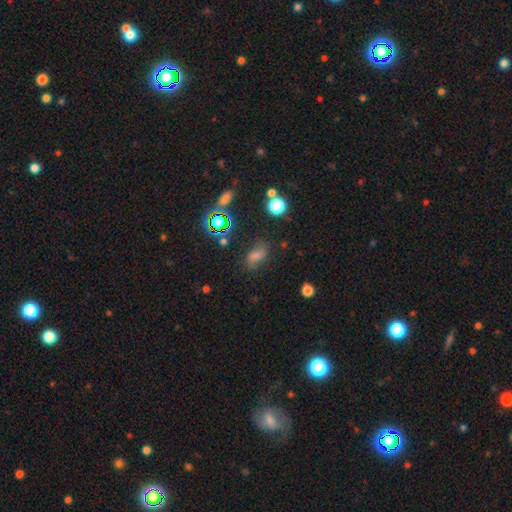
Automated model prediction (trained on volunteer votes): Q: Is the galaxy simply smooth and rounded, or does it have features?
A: smooth — 53%.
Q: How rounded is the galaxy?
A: in between — 77%.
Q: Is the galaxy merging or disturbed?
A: none — 69%.